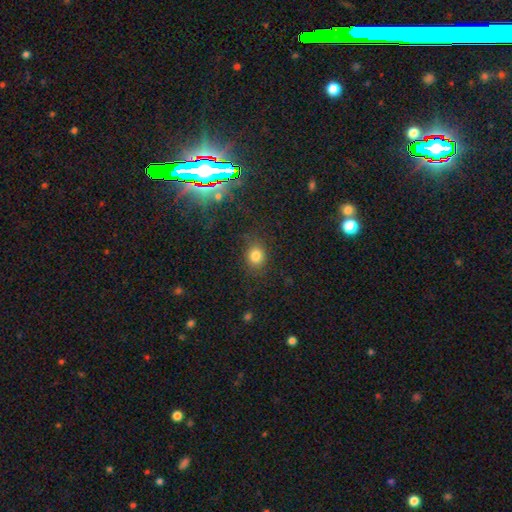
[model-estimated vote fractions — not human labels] Smooth or featured? Predicted: smooth (p=0.79). How rounded? Predicted: round (p=0.64). Merging? Predicted: none (p=0.80).